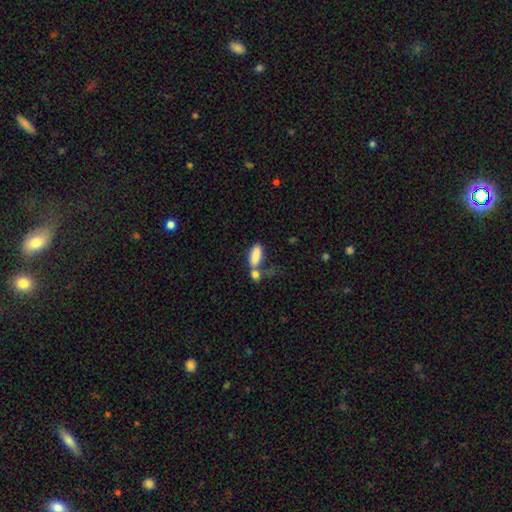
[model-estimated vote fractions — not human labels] A smooth galaxy with no disk features (83%) that is in between round and cigar-shaped (75%).

Vote fractions:
- Smooth or featured? smooth: 83% / featured or disk: 9% / star or artifact: 8%
- How rounded? in between: 75% / cigar-shaped: 22% / round: 3%
- Merging? merger: 44% / none: 31% / minor disturbance: 13% / major disturbance: 11%